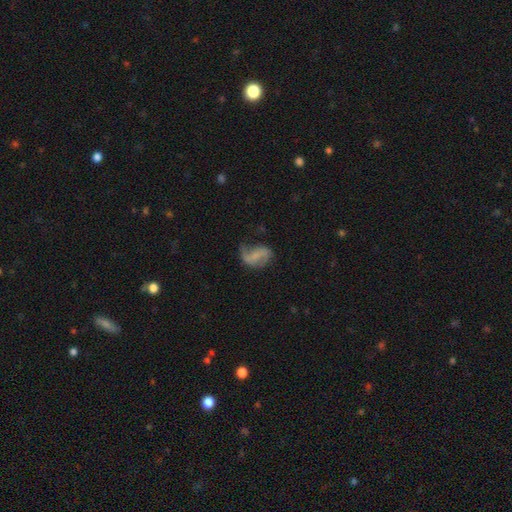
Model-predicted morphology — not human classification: smooth_or_featured: featured or disk (p=0.63) [alt: smooth p=0.28]
disk_edge_on: no (p=0.97) [alt: yes p=0.03]
bar: no (p=0.40) [tied with: weak p=0.40]
has_spiral_arms: yes (p=0.84) [alt: no p=0.16]
spiral_winding: loose (p=0.66) [alt: medium p=0.26]
spiral_arm_count: 2 (p=0.76) [alt: 1 p=0.14]
bulge_size: none (p=0.45) [alt: small p=0.39]
merging: none (p=0.46) [alt: minor disturbance p=0.26]